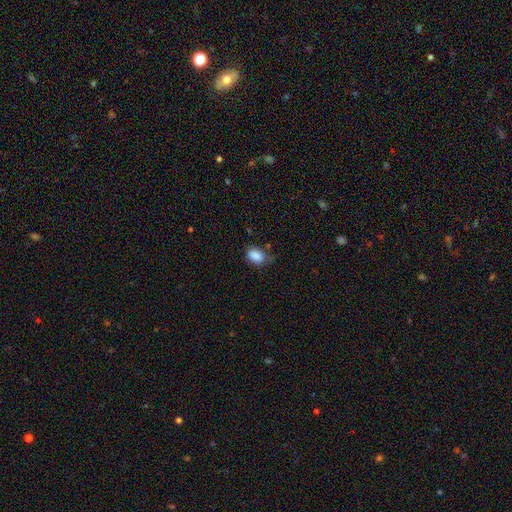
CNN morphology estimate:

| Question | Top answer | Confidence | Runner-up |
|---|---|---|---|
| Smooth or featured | smooth | 88% | star or artifact (8%) |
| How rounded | in between | 83% | round (16%) |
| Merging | none | 64% | minor disturbance (27%) |